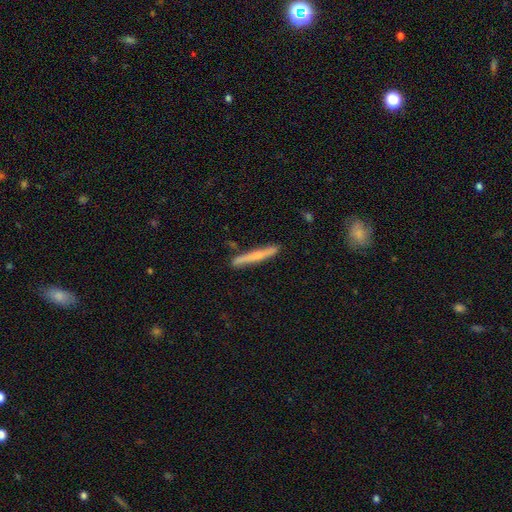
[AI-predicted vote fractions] Smooth or featured?
  - featured or disk: 48% *
  - smooth: 46%
  - star or artifact: 6%
Merging?
  - none: 86% *
  - minor disturbance: 10%
  - merger: 2%
  - major disturbance: 2%